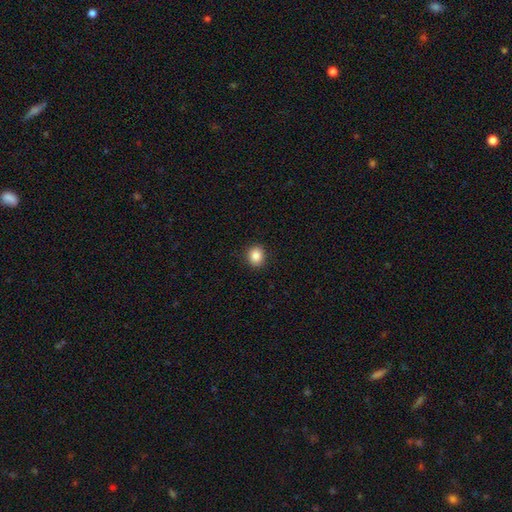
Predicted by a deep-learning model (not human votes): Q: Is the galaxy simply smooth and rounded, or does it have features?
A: smooth — 87%.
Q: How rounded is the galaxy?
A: round — 74%.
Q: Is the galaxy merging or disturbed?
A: none — 91%.